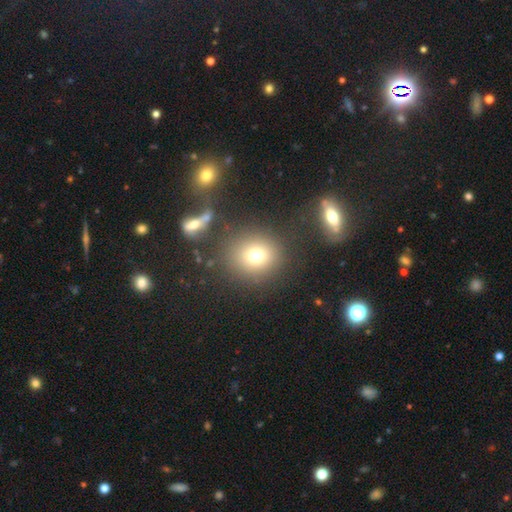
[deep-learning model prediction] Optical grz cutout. It shows a smooth galaxy with no disk features (72%) that is round (81%). Merging: none (80%).